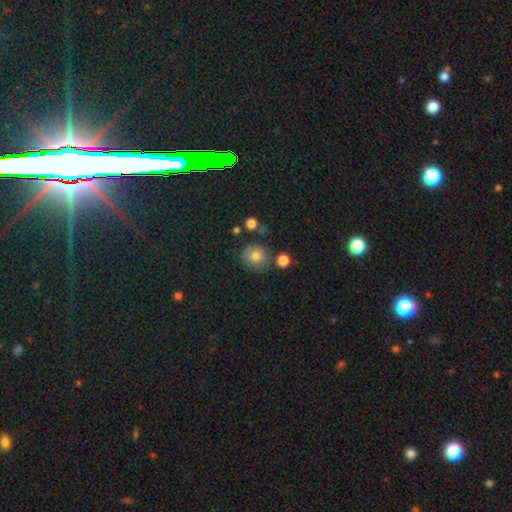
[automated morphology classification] Smooth or featured?
  - smooth: 78% *
  - featured or disk: 11%
  - star or artifact: 11%
How rounded?
  - round: 90% *
  - in between: 9%
  - cigar-shaped: 1%
Merging?
  - none: 75% *
  - minor disturbance: 13%
  - merger: 7%
  - major disturbance: 4%